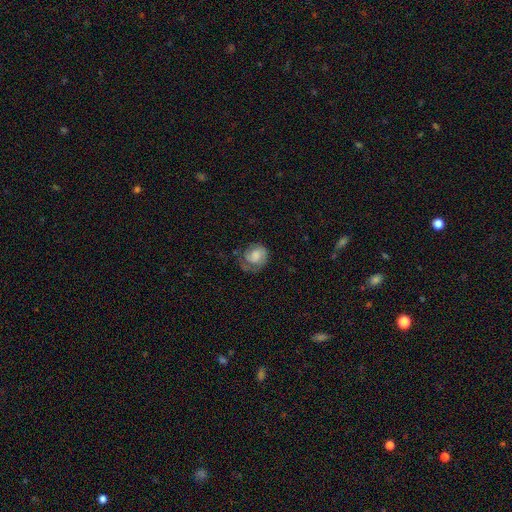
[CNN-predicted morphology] Overall: smooth (47%; featured or disk 45%). Merging: none (47%; minor disturbance 28%).